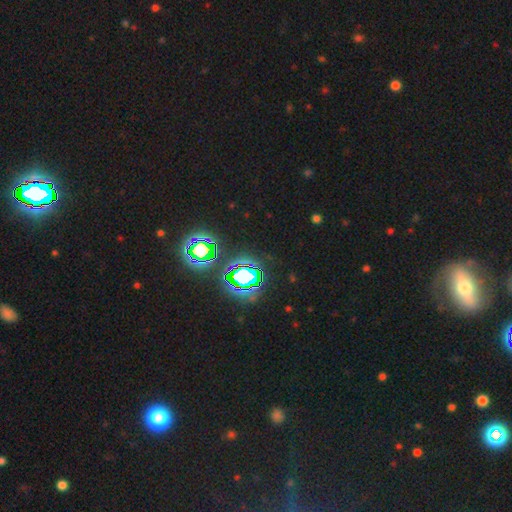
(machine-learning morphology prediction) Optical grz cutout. It shows a star or artifact, not a galaxy (77%).